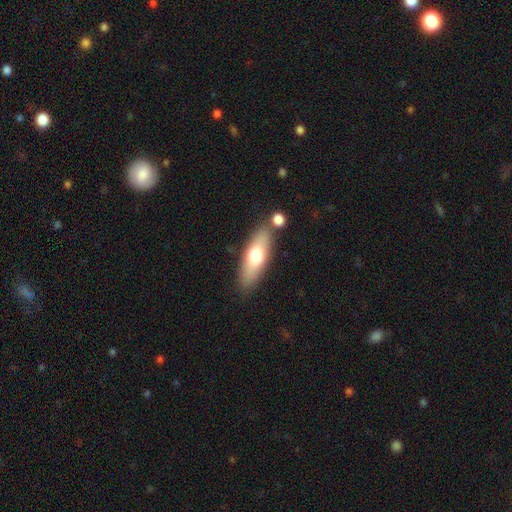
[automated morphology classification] Smooth or featured?
  - smooth: 65% *
  - featured or disk: 29%
  - star or artifact: 6%
How rounded?
  - in between: 61% *
  - cigar-shaped: 37%
  - round: 3%
Merging?
  - none: 74% *
  - minor disturbance: 12%
  - merger: 11%
  - major disturbance: 3%